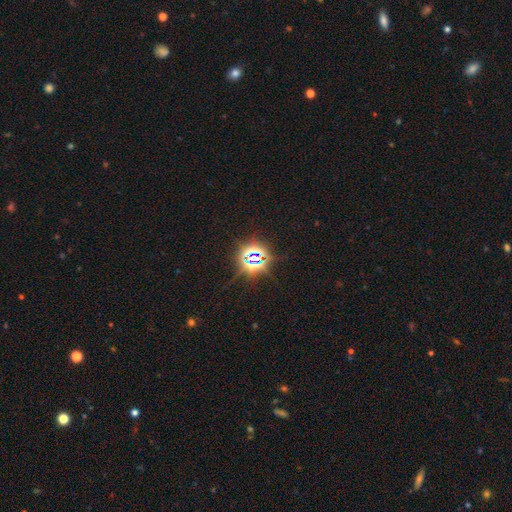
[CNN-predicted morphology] Smooth or featured: star or artifact — 79% (smooth — 13%)